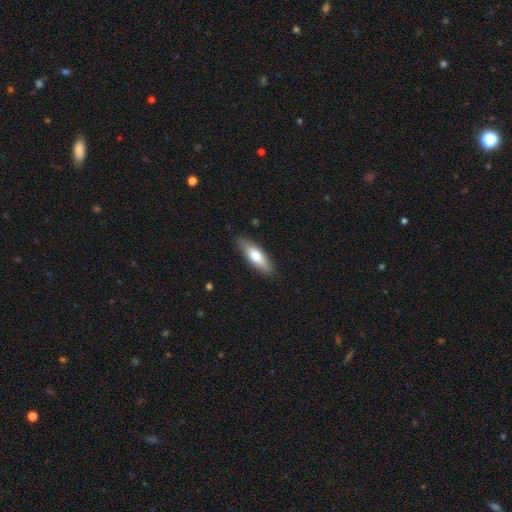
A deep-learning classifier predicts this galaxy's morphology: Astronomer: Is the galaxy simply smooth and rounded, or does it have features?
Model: smooth — 66%.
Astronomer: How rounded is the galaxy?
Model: in between — 57% (runner-up: cigar-shaped, 41%).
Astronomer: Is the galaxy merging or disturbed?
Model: none — 87%.